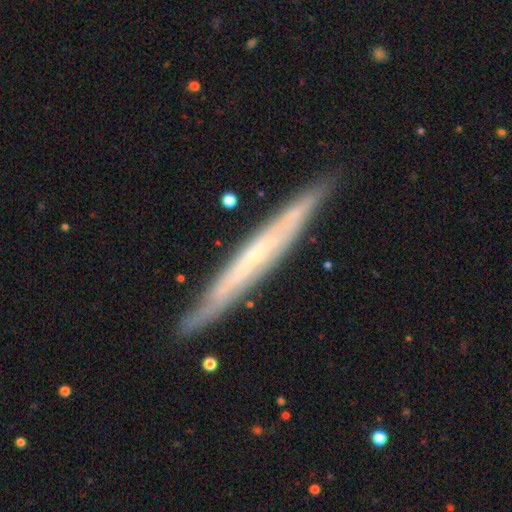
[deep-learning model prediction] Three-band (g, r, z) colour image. It shows a featured or disk galaxy (67%) viewed edge-on (88%) with no central bulge (78%). Merging: none (85%).